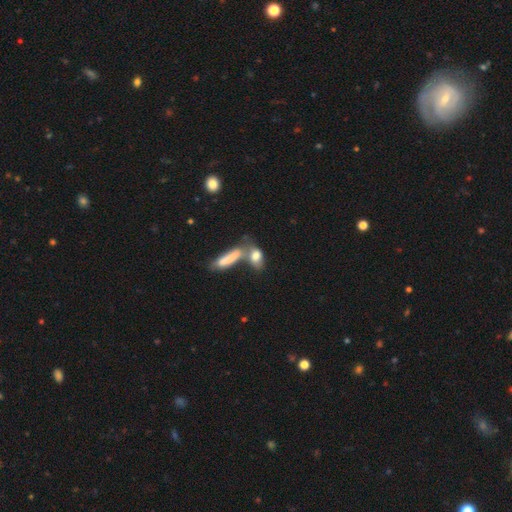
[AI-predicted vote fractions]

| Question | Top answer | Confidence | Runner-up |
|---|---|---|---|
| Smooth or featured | smooth | 75% | featured or disk (17%) |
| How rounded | in between | 68% | cigar-shaped (23%) |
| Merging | merger | 46% | none (35%) |